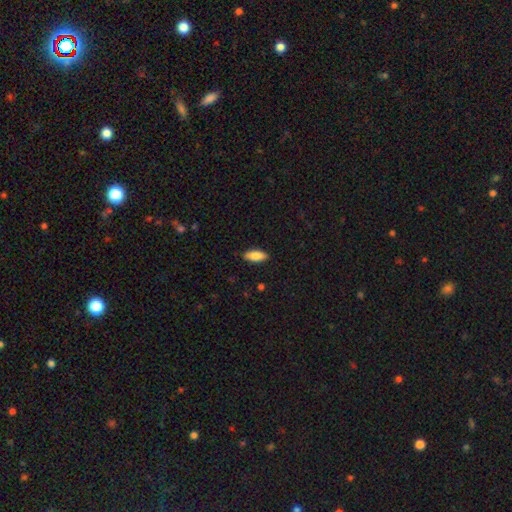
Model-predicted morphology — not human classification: The model was most divided on "how rounded": in between: 82%, cigar-shaped: 16%, round: 2%. More confident: merging — none (88%); smooth or featured — smooth (87%).